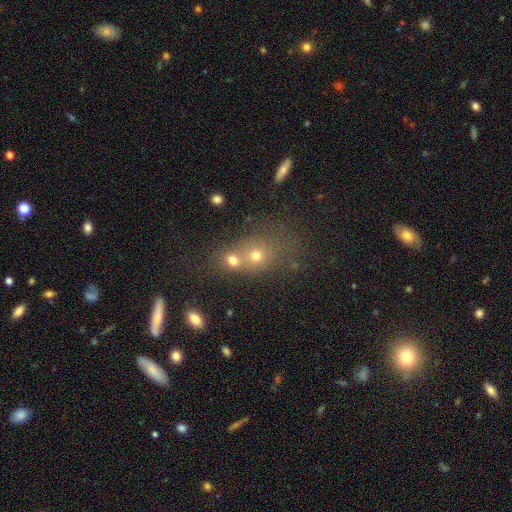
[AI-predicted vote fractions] A smooth galaxy with no disk features (60%) that is round (62%). Merging: merger (49%).